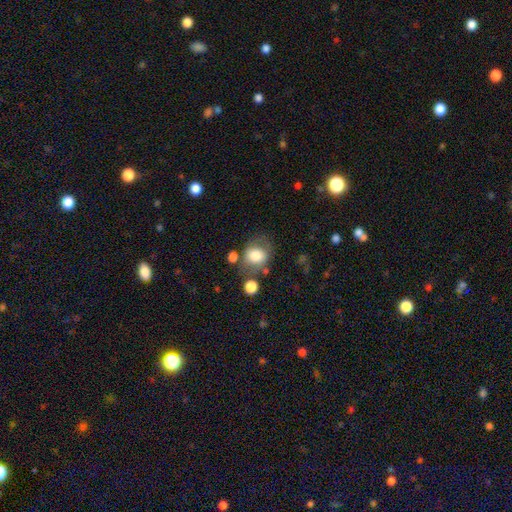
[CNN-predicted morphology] This is likely a smooth galaxy (73%). How rounded: possibly round (54%). Merging: possibly none (57%).